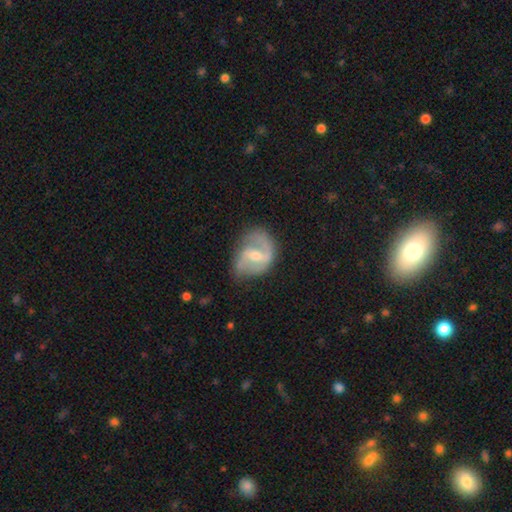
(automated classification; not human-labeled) smooth-or-featured: featured or disk: 80% | smooth: 15% | star or artifact: 5%
  disk-edge-on: no: 97% | yes: 3%
    bar: weak: 55% | strong: 25% | no: 20%
    has-spiral-arms: yes: 91% | no: 9%
      spiral-winding: medium: 49% | loose: 32% | tight: 18%
      spiral-arm-count: 2: 78% | 1: 10% | can't tell: 8% | 3: 2% | 4: 1% | more than 4: 1%
    bulge-size: moderate: 52% | small: 41% | none: 3% | large: 3% | dominant: 1%
  merging: none: 59% | minor disturbance: 27% | major disturbance: 12% | merger: 2%